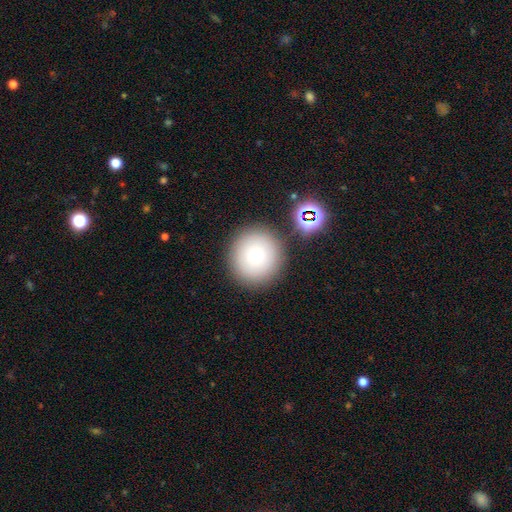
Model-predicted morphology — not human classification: This is likely a smooth galaxy (71%). How rounded: clearly round (95%). Merging: clearly none (85%).